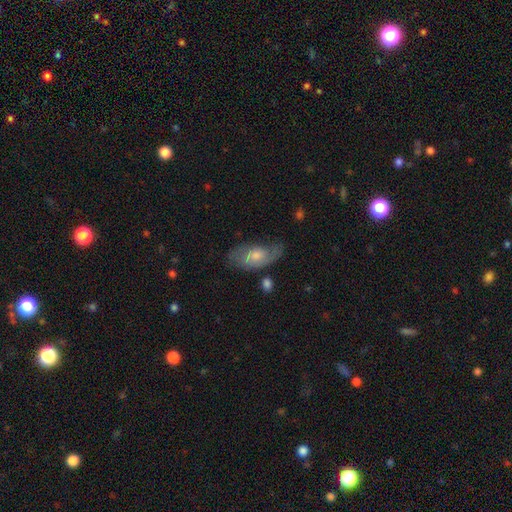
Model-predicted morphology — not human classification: The model was most divided on "smooth or featured": featured or disk: 54%, smooth: 40%, star or artifact: 7%. More confident: edge-on disk — no (90%); merging — none (59%).